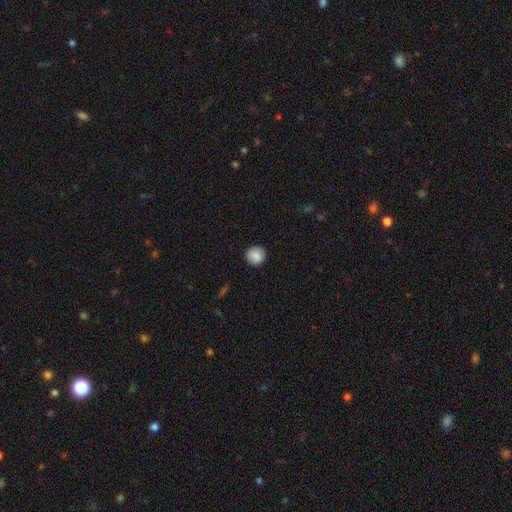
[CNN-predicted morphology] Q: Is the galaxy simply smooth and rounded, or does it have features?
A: smooth — 85%.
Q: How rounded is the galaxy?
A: round — 93%.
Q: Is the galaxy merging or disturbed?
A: none — 90%.